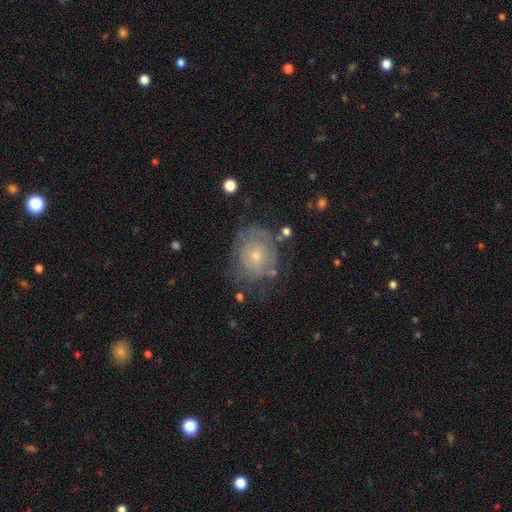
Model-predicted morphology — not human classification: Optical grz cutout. It shows a featured or disk galaxy (51%). Merging: none (65%).